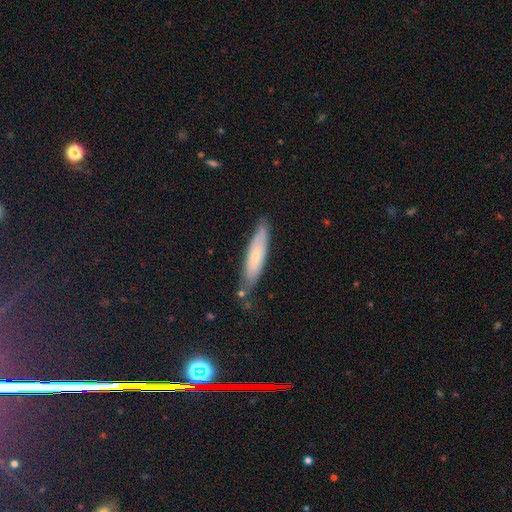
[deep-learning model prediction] Smooth or featured: smooth — 57% (featured or disk — 37%)
How rounded: cigar-shaped — 80% (in between — 19%)
Merging: none — 75% (minor disturbance — 18%)